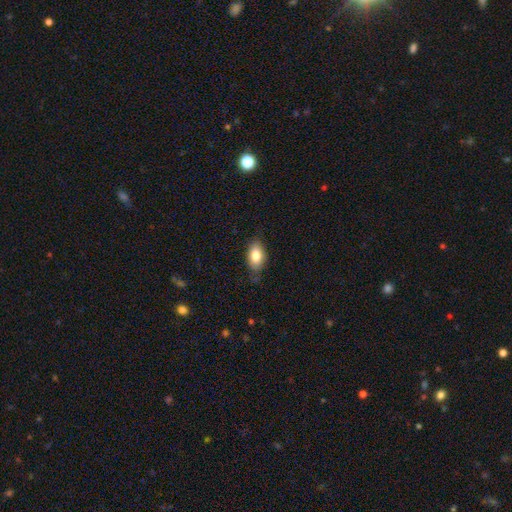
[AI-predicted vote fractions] Smooth or featured?
  - smooth: 80% *
  - featured or disk: 13%
  - star or artifact: 7%
How rounded?
  - in between: 90% *
  - round: 7%
  - cigar-shaped: 3%
Merging?
  - none: 74% *
  - minor disturbance: 21%
  - major disturbance: 4%
  - merger: 1%